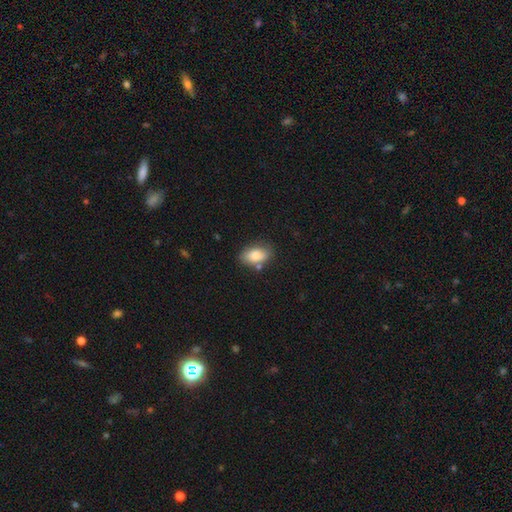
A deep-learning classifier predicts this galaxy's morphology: A smooth galaxy with no disk features (84%) that is in between round and cigar-shaped (90%).

Vote fractions:
- Smooth or featured? smooth: 84% / featured or disk: 8% / star or artifact: 7%
- How rounded? in between: 90% / round: 8% / cigar-shaped: 2%
- Merging? none: 70% / minor disturbance: 19% / merger: 7% / major disturbance: 4%